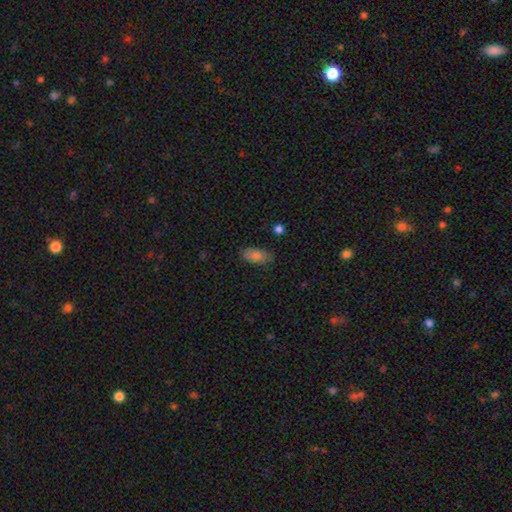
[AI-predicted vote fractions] smooth_or_featured: smooth (p=0.80) [alt: featured or disk p=0.11]
how_rounded: in between (p=0.88) [alt: cigar-shaped p=0.08]
merging: none (p=0.81) [alt: minor disturbance p=0.15]